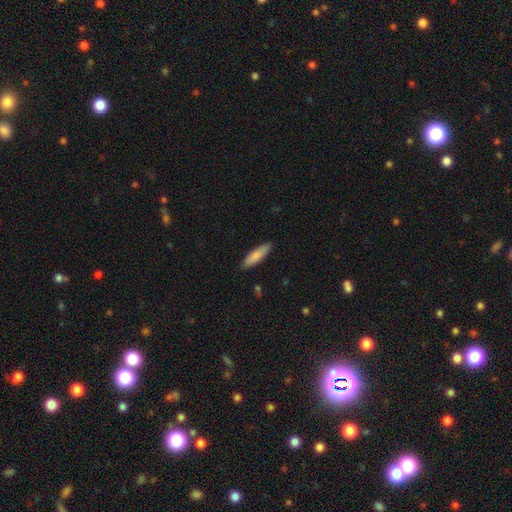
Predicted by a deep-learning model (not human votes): Smooth or featured?
  - smooth: 83% *
  - featured or disk: 12%
  - star or artifact: 5%
How rounded?
  - cigar-shaped: 65% *
  - in between: 33%
  - round: 1%
Merging?
  - none: 87% *
  - minor disturbance: 10%
  - major disturbance: 2%
  - merger: 1%